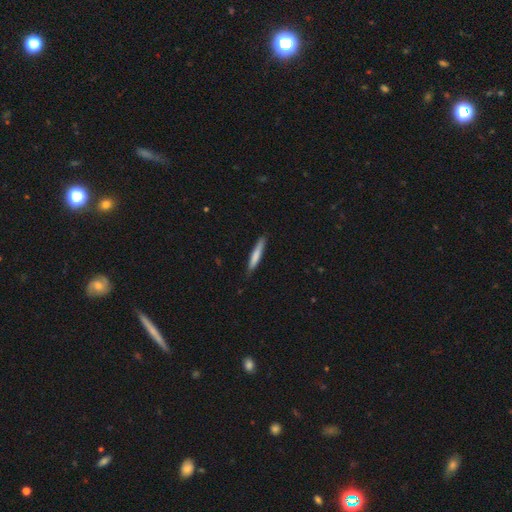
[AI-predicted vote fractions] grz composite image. It shows a smooth galaxy with no disk features (76%) that is cigar-shaped (93%). Merging: none (86%).